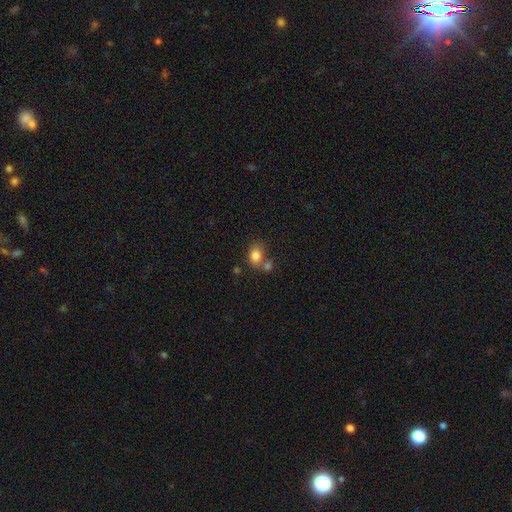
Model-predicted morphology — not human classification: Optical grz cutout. It shows a smooth galaxy with no disk features (82%) that is in between round and cigar-shaped (66%). Merging: none (53%).